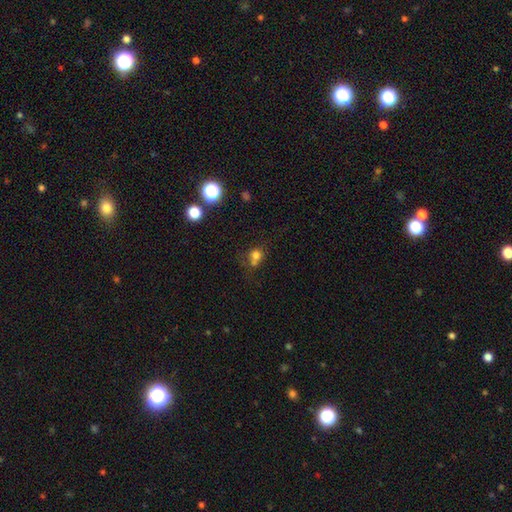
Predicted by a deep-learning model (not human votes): Smooth or featured? Predicted: smooth (p=0.72). How rounded? Predicted: round (p=0.78). Merging? Predicted: none (p=0.44).